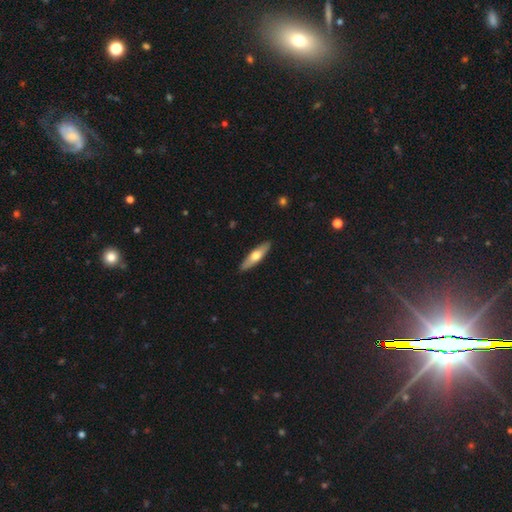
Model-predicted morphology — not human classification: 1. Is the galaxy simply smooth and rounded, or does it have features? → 53% smooth, 42% featured or disk, 5% star or artifact.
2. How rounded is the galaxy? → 68% cigar-shaped, 30% in between, 2% round.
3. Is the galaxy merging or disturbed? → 90% none, 8% minor disturbance, 2% major disturbance, 1% merger.